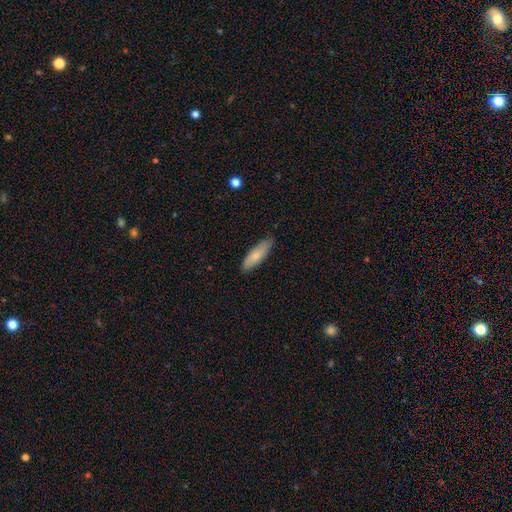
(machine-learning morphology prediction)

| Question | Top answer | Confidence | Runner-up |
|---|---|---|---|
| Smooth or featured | smooth | 77% | featured or disk (18%) |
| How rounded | in between | 52% | cigar-shaped (47%) |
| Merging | none | 82% | minor disturbance (15%) |